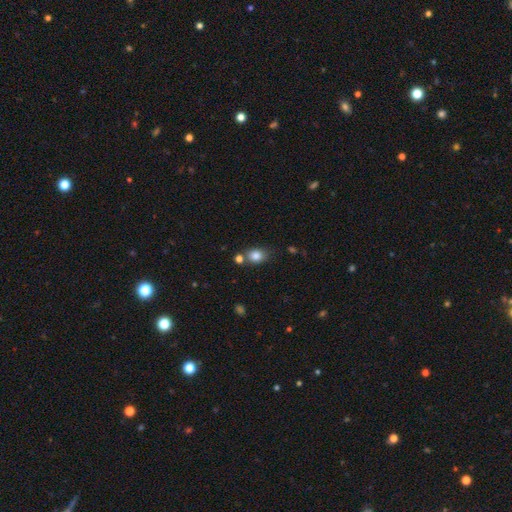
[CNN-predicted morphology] A smooth galaxy with no disk features (83%) that is in between round and cigar-shaped (52%). Merging: none (66%).